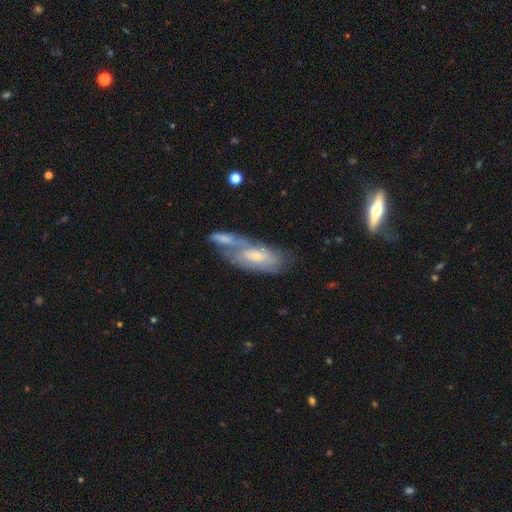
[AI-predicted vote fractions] This appears to be a featured or disk galaxy (61%). Merging: merger (43%).